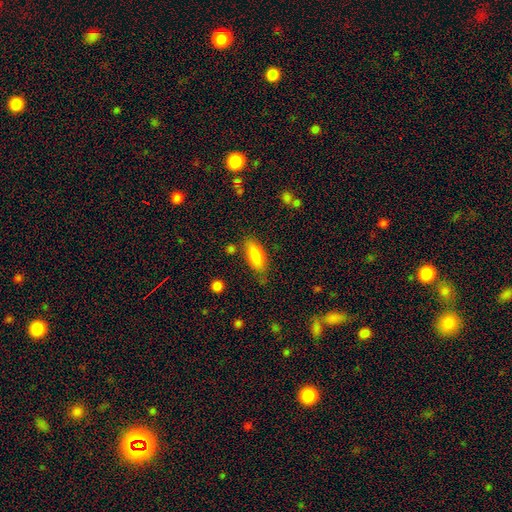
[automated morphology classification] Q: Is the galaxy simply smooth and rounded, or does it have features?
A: smooth — 83%.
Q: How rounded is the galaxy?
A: in between — 80%.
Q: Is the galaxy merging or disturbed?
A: none — 71%.